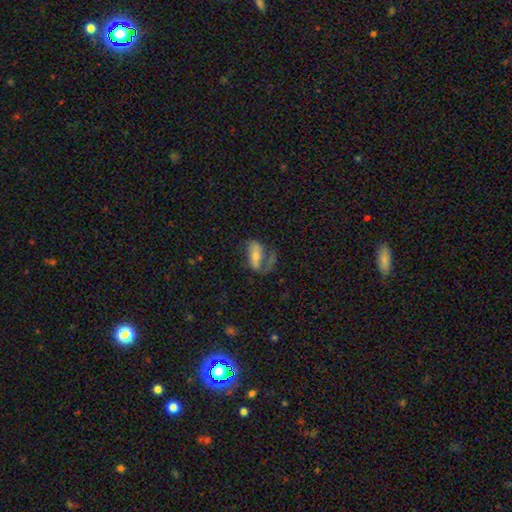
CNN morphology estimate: featured or disk 58%, smooth 33%, star or artifact 8%. Down the decision tree: edge-on disk — no (90%); bar — no (37%); spiral arms — yes (71%); bulge size — small (45%); merging — none (42%).